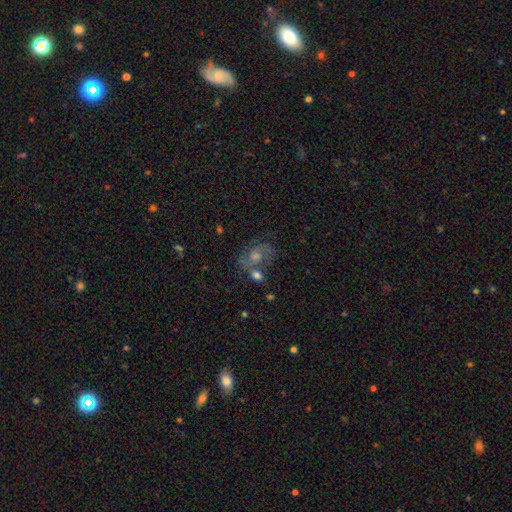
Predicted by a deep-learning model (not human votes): Q: Smooth or featured?
A: featured or disk (63%); runner-up: smooth (21%)
Q: Edge-on disk?
A: no (97%); runner-up: yes (3%)
Q: Bar?
A: no (63%); runner-up: weak (31%)
Q: Spiral arms?
A: yes (86%); runner-up: no (14%)
Q: Spiral winding?
A: medium (52%); runner-up: tight (26%)
Q: Spiral arm count?
A: 2 (78%); runner-up: can't tell (11%)
Q: Bulge size?
A: moderate (60%); runner-up: small (26%)
Q: Merging?
A: none (58%); runner-up: minor disturbance (16%)